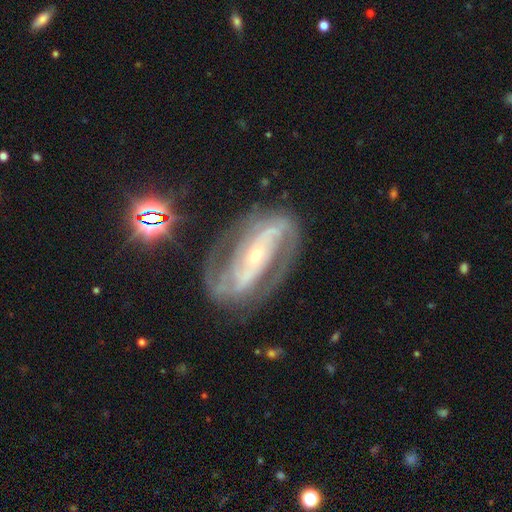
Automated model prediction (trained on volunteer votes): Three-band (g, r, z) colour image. It shows a featured or disk galaxy (88%) with a strong bar (49%), 2 (82%) medium (46%) spiral arms (95%) and a small central bulge (73%). Merging: none (75%).